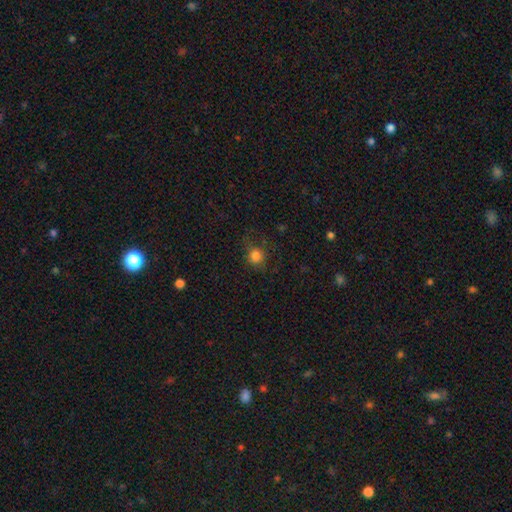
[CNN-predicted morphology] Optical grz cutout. It shows a smooth galaxy with no disk features (81%) that is round (85%). Merging: none (71%).